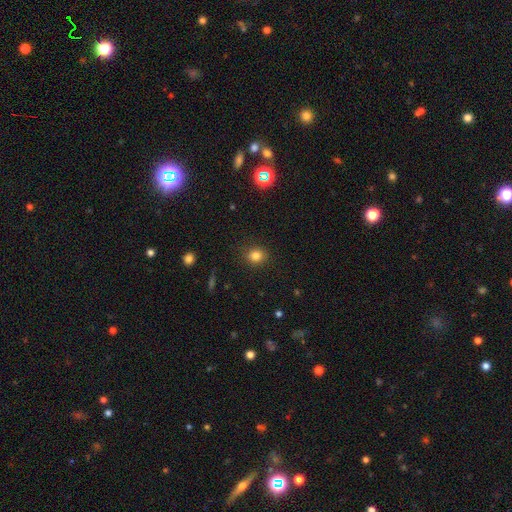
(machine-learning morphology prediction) A smooth galaxy with no disk features (81%) that is round (80%).

Vote fractions:
- Smooth or featured? smooth: 81% / star or artifact: 13% / featured or disk: 6%
- How rounded? round: 80% / in between: 19% / cigar-shaped: 1%
- Merging? none: 88% / minor disturbance: 8% / major disturbance: 3% / merger: 1%